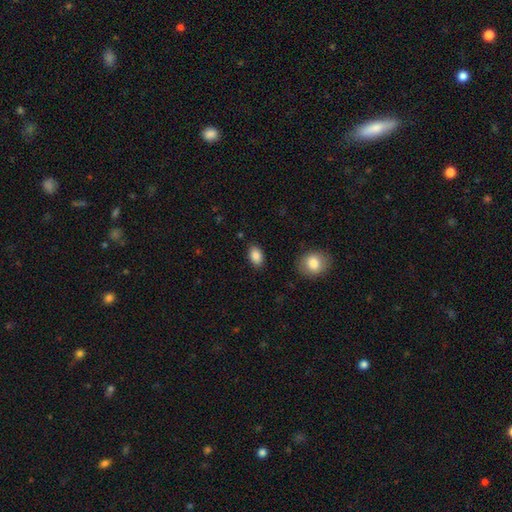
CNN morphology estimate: The model was most divided on "how rounded": in between: 87%, round: 12%, cigar-shaped: 1%. More confident: smooth or featured — smooth (88%); merging — none (86%).